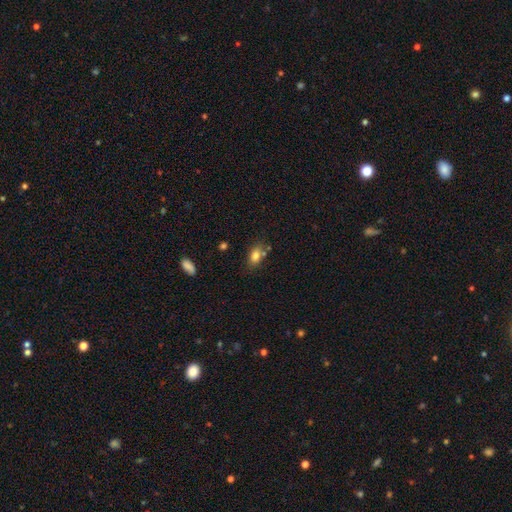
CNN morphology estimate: smooth-or-featured: smooth: 80% | star or artifact: 10% | featured or disk: 10%
  how-rounded: in between: 83% | round: 14% | cigar-shaped: 3%
  merging: none: 68% | minor disturbance: 16% | merger: 12% | major disturbance: 4%